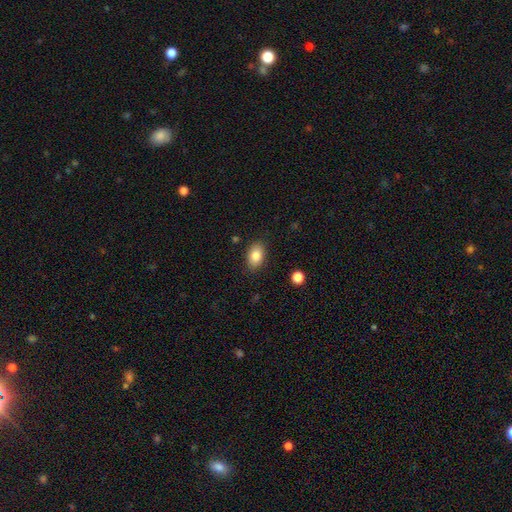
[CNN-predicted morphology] smooth-or-featured: smooth: 84% | star or artifact: 8% | featured or disk: 8%
  how-rounded: in between: 88% | round: 10% | cigar-shaped: 1%
  merging: none: 87% | minor disturbance: 10% | major disturbance: 2% | merger: 1%